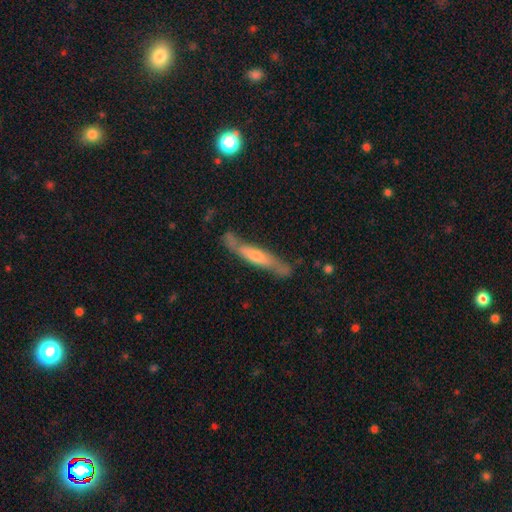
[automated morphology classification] The model was most divided on "smooth or featured": featured or disk: 56%, smooth: 38%, star or artifact: 6%. More confident: edge-on disk — yes (72%); merging — none (67%).